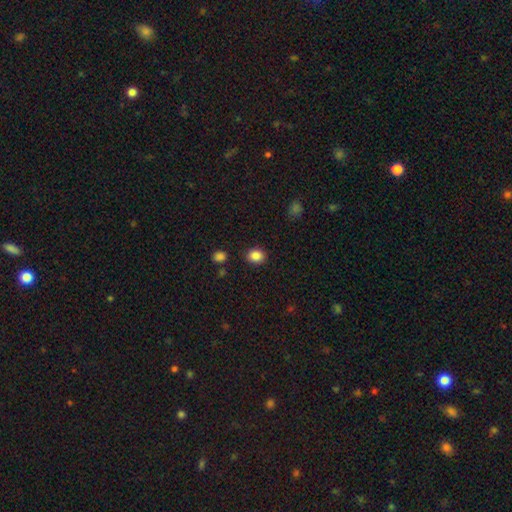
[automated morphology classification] smooth-or-featured: smooth: 86% | star or artifact: 10% | featured or disk: 4%
  how-rounded: round: 56% | in between: 43% | cigar-shaped: 1%
  merging: none: 87% | minor disturbance: 8% | major disturbance: 2% | merger: 2%